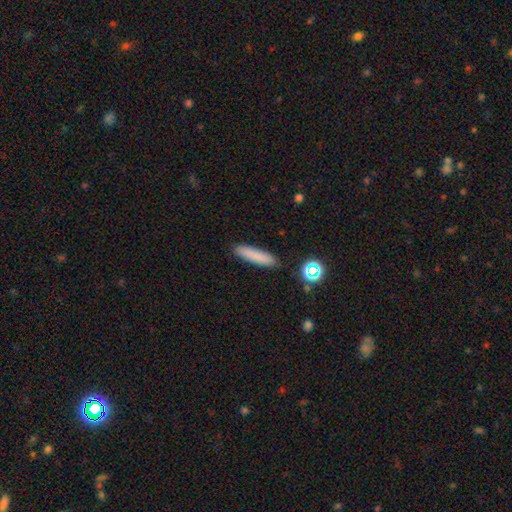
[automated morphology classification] Overall: smooth (82%). How rounded: cigar-shaped (85%). Merging: none (89%).